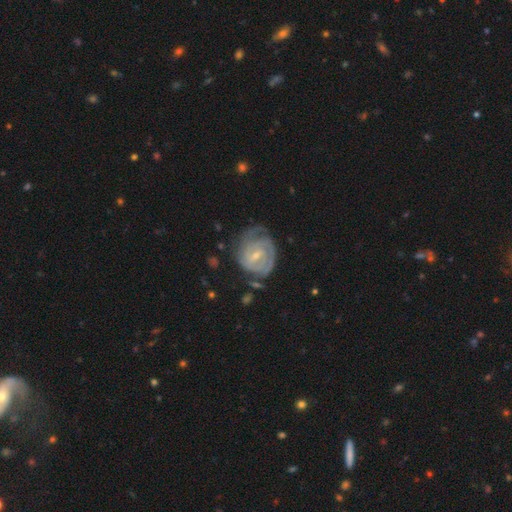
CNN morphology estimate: This is clearly a featured or disk galaxy (87%). It is clearly not viewed edge-on (98%). Bar: possibly weak (58%). Spiral arm pattern: clearly yes (96%). Spiral arm count: marginally 2 (39%). Spiral winding: likely tight (70%). Central bulge: likely small (64%). Merging: possibly none (58%).